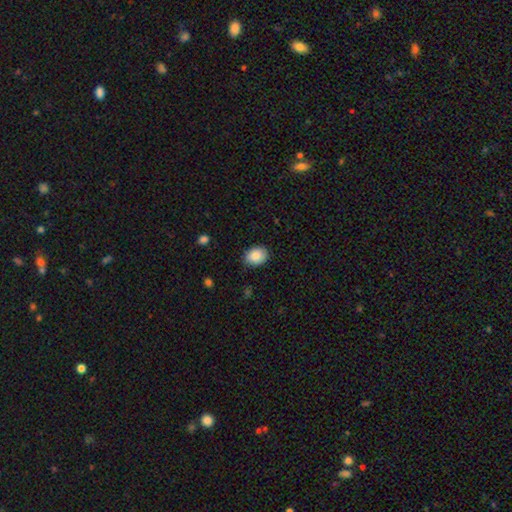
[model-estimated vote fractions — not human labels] This is clearly a smooth galaxy (87%). How rounded: likely in between (64%). Merging: clearly none (85%).